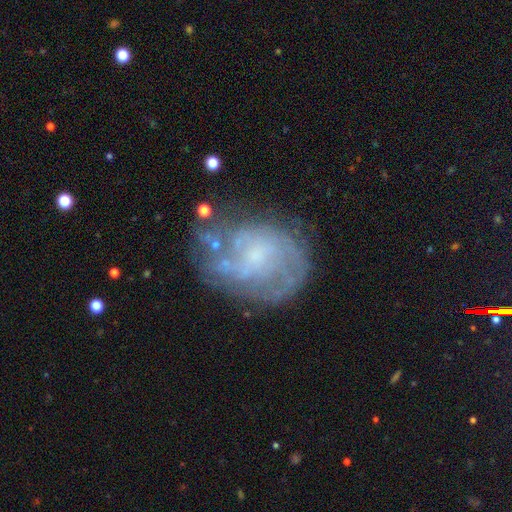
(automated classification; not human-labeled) Q: Smooth or featured?
A: featured or disk (73%); runner-up: smooth (18%)
Q: Edge-on disk?
A: no (98%); runner-up: yes (2%)
Q: Bar?
A: no (69%); runner-up: weak (26%)
Q: Spiral arms?
A: yes (75%); runner-up: no (25%)
Q: Spiral winding?
A: tight (45%); runner-up: medium (36%)
Q: Spiral arm count?
A: can't tell (46%); runner-up: 2 (24%)
Q: Bulge size?
A: small (43%); runner-up: none (29%)
Q: Merging?
A: none (56%); runner-up: minor disturbance (22%)